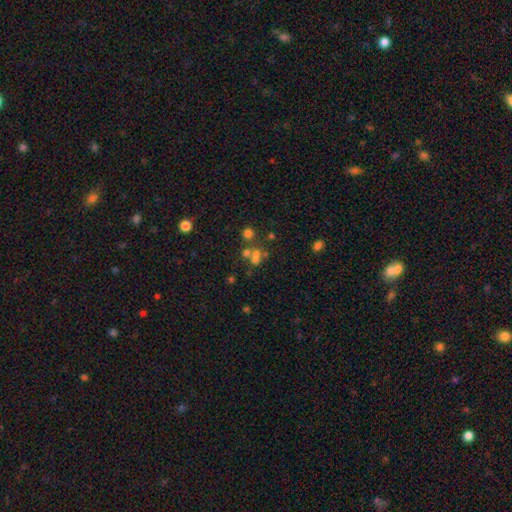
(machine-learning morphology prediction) A smooth galaxy with no disk features (49%).

Vote fractions:
- Smooth or featured? smooth: 49% / star or artifact: 31% / featured or disk: 20%
- Merging? none: 44% / merger: 40% / minor disturbance: 9% / major disturbance: 8%